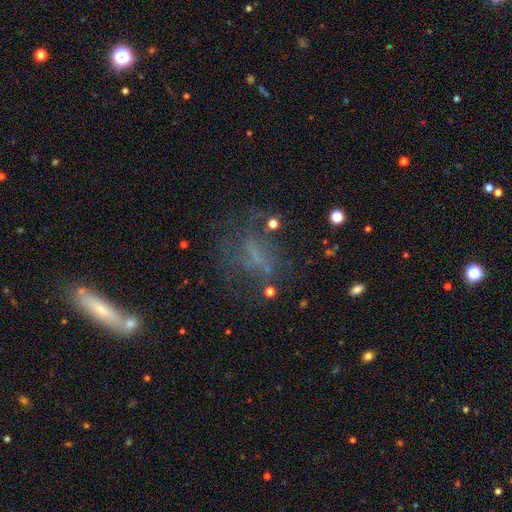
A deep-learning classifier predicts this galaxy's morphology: Q: Smooth or featured?
A: featured or disk (40%); runner-up: smooth (34%)
Q: Merging?
A: none (50%); runner-up: major disturbance (24%)